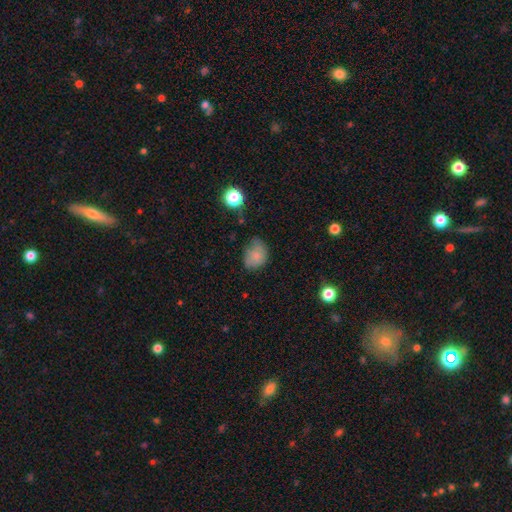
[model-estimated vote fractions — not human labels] The model was most divided on "merging": none: 52%, minor disturbance: 34%, major disturbance: 10%, merger: 3%. More confident: smooth or featured — smooth (79%); how rounded — in between (60%).